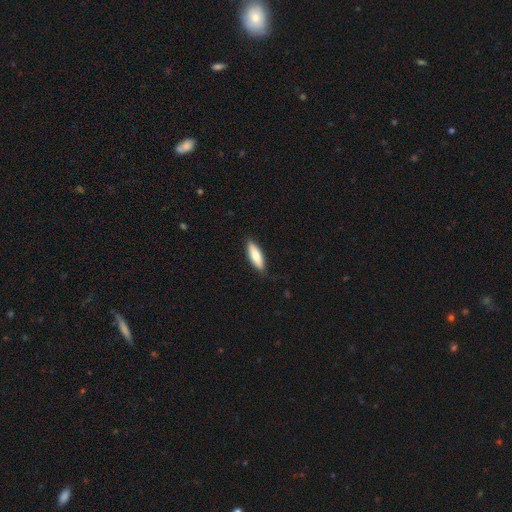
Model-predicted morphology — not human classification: Smooth or featured? smooth (77%)
How rounded? in between (50%)
Merging? none (82%)